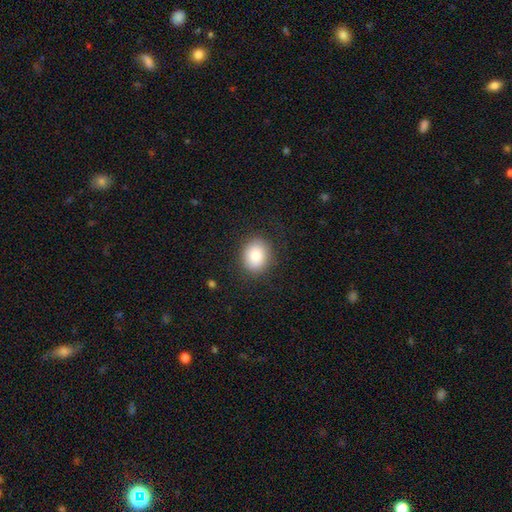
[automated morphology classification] A smooth galaxy with no disk features (82%) that is round (60%).

Vote fractions:
- Smooth or featured? smooth: 82% / featured or disk: 9% / star or artifact: 8%
- How rounded? round: 60% / in between: 39% / cigar-shaped: 1%
- Merging? none: 86% / minor disturbance: 10% / major disturbance: 3% / merger: 1%